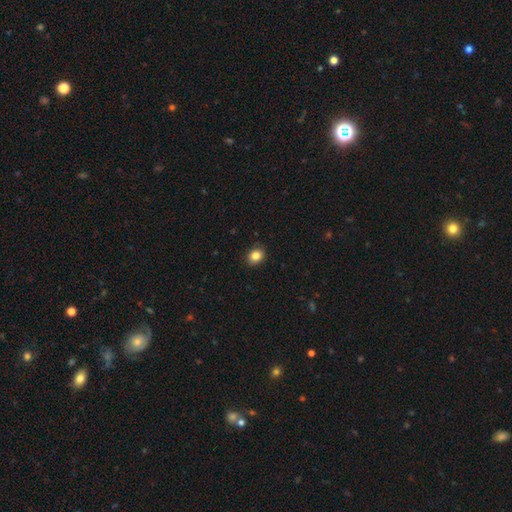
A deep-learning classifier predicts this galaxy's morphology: type=smooth (85%); roundness=round (51%); merging=none (89%).